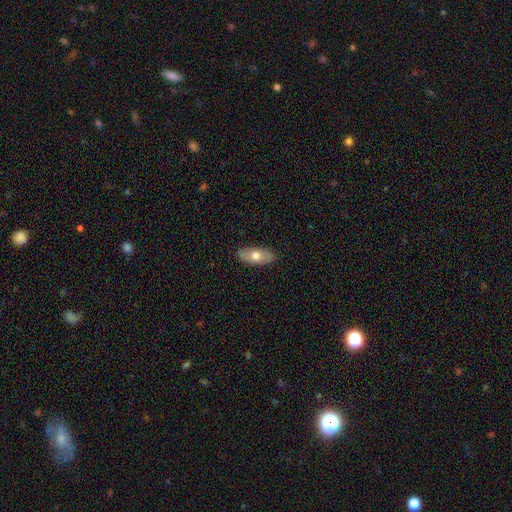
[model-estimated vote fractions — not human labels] Morphology: type=smooth (68%); roundness=in between (86%); merging=none (89%).